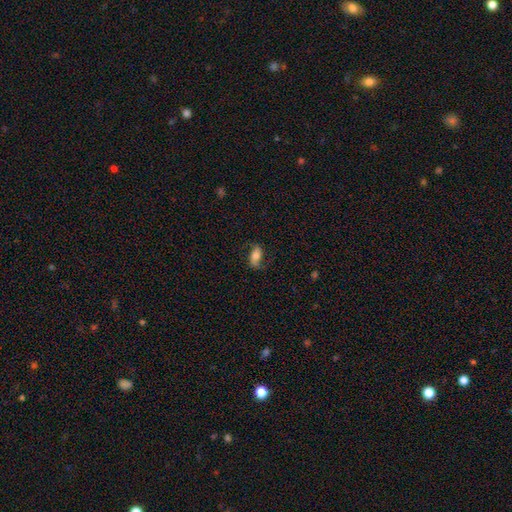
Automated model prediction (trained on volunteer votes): Smooth or featured? smooth (54%)
How rounded? in between (84%)
Merging? none (72%)